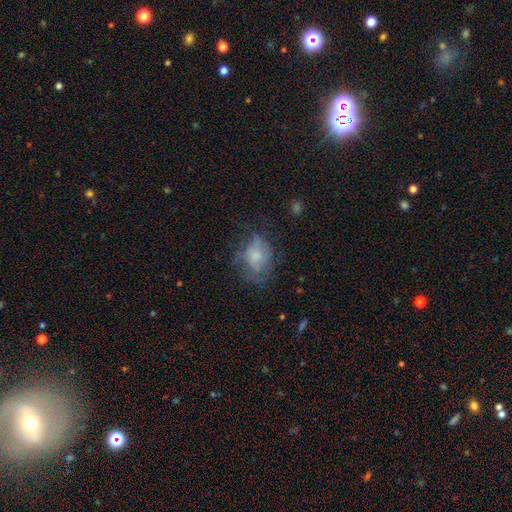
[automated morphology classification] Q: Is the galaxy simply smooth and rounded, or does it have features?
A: smooth — 53%.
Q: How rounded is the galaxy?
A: in between — 59%.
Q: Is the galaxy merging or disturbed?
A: none — 48%.